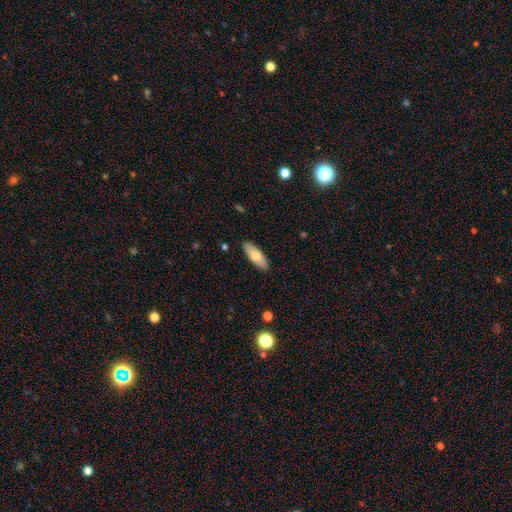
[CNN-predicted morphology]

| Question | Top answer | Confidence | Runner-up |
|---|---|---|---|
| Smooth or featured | smooth | 76% | featured or disk (18%) |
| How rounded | in between | 62% | cigar-shaped (36%) |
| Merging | none | 89% | minor disturbance (9%) |